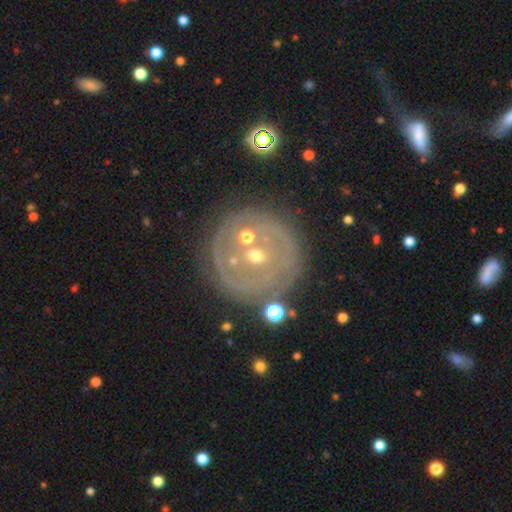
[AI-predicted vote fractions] The model was most divided on "bulge size": moderate: 54%, small: 39%, large: 3%, none: 3%, dominant: 2%. More confident: edge-on disk — no (96%); bar — no (82%); merging — none (65%); smooth or featured — featured or disk (64%); spiral arms — no (60%).